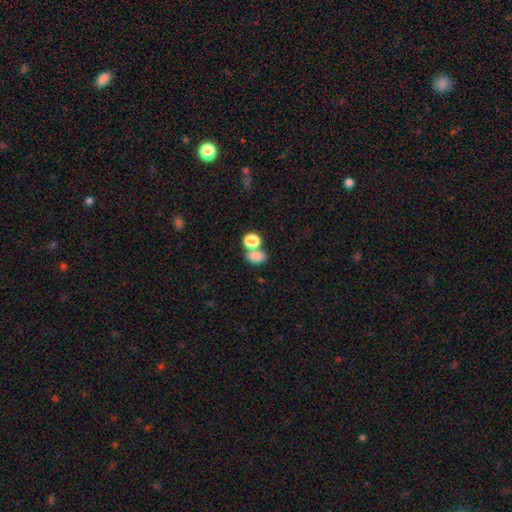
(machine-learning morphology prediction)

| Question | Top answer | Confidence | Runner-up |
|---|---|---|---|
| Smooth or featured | smooth | 81% | star or artifact (10%) |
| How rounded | in between | 73% | round (25%) |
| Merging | merger | 49% | none (37%) |